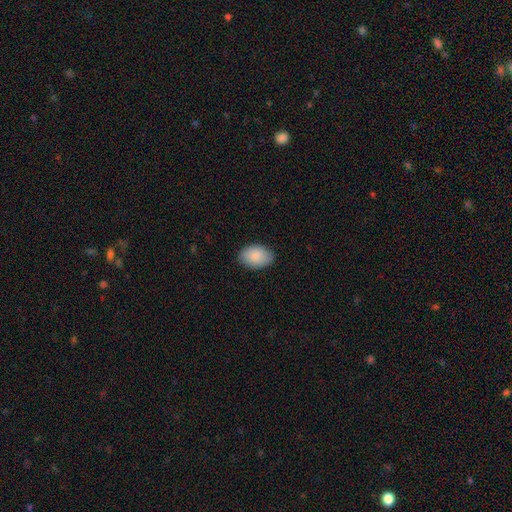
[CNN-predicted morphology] Q: Smooth or featured?
A: smooth (88%); runner-up: featured or disk (6%)
Q: How rounded?
A: in between (88%); runner-up: round (11%)
Q: Merging?
A: none (85%); runner-up: minor disturbance (12%)